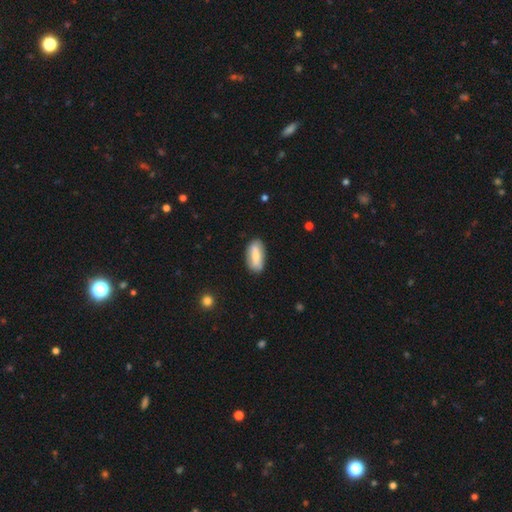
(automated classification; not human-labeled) Morphology: type=smooth (69%); roundness=in between (87%); merging=none (80%).